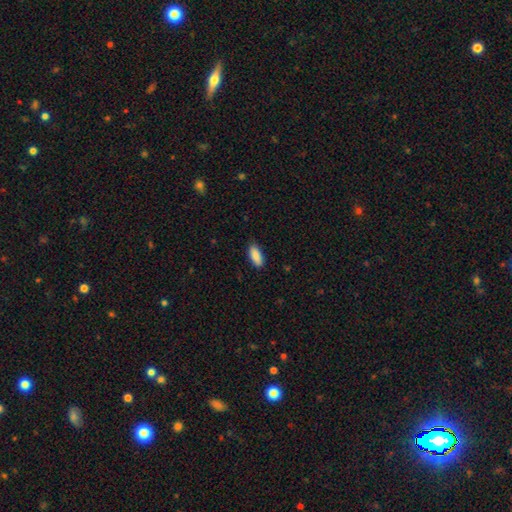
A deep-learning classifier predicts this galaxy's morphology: smooth_or_featured: smooth (p=0.90) [alt: star or artifact p=0.06]
how_rounded: in between (p=0.82) [alt: cigar-shaped p=0.17]
merging: none (p=0.86) [alt: minor disturbance p=0.11]